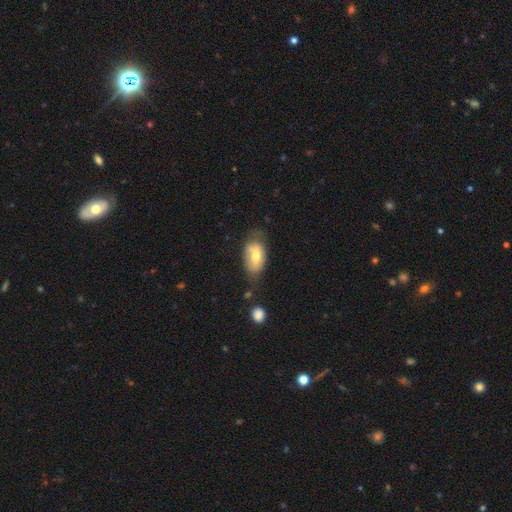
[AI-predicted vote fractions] smooth_or_featured: smooth (p=0.61) [alt: featured or disk p=0.32]
how_rounded: in between (p=0.91) [alt: round p=0.07]
merging: none (p=0.48) [alt: minor disturbance p=0.33]